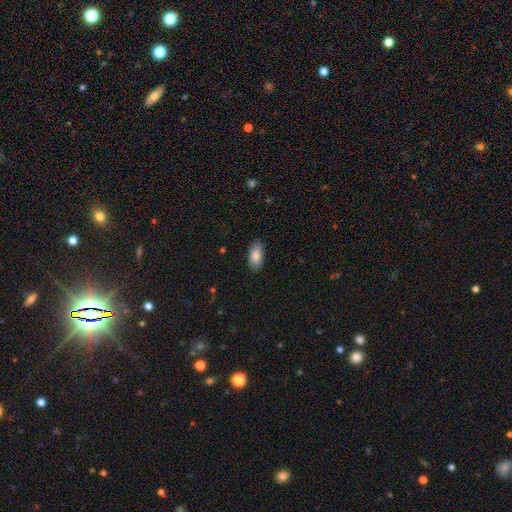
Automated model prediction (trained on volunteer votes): smooth 86%, featured or disk 8%, star or artifact 6%. Down the decision tree: how rounded — in between (93%); merging — none (85%).